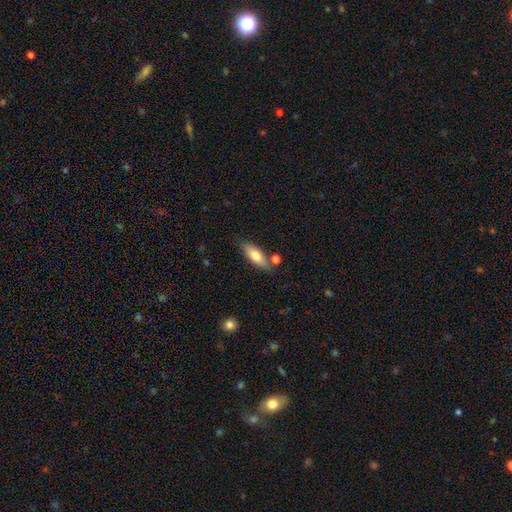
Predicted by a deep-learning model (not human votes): Smooth or featured? Predicted: smooth (p=0.71). How rounded? Predicted: in between (p=0.65). Merging? Predicted: none (p=0.74).